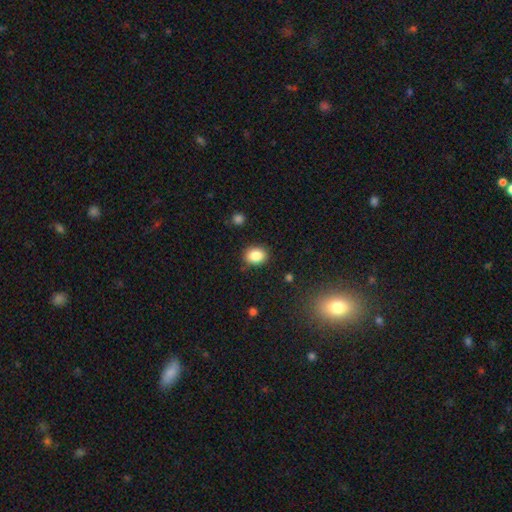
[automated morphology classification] Smooth or featured? smooth (87%)
How rounded? in between (55%)
Merging? none (87%)